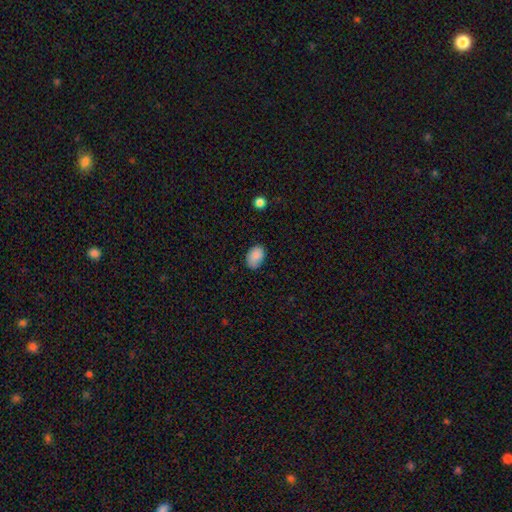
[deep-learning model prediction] Q: Smooth or featured?
A: smooth (87%); runner-up: star or artifact (8%)
Q: How rounded?
A: in between (83%); runner-up: round (16%)
Q: Merging?
A: none (74%); runner-up: minor disturbance (21%)